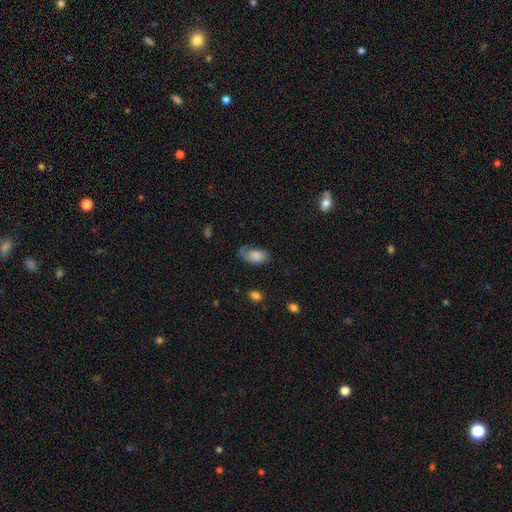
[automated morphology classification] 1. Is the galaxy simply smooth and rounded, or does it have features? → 76% smooth, 17% featured or disk, 7% star or artifact.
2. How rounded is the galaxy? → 93% in between, 4% round, 3% cigar-shaped.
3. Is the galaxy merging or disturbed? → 54% none, 30% minor disturbance, 14% major disturbance, 3% merger.